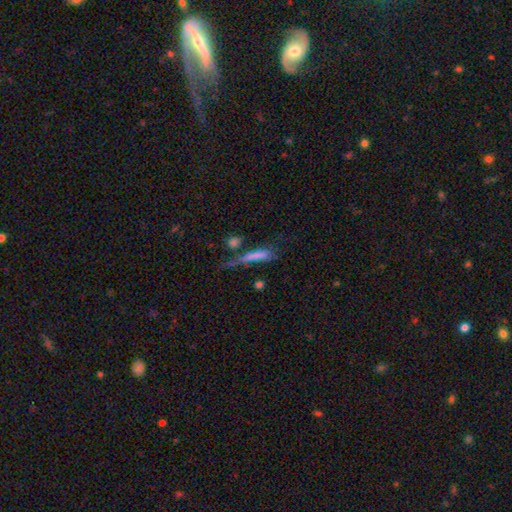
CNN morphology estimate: Smooth or featured: smooth — 63% (featured or disk — 25%)
How rounded: cigar-shaped — 82% (in between — 14%)
Merging: none — 41% (major disturbance — 21%)